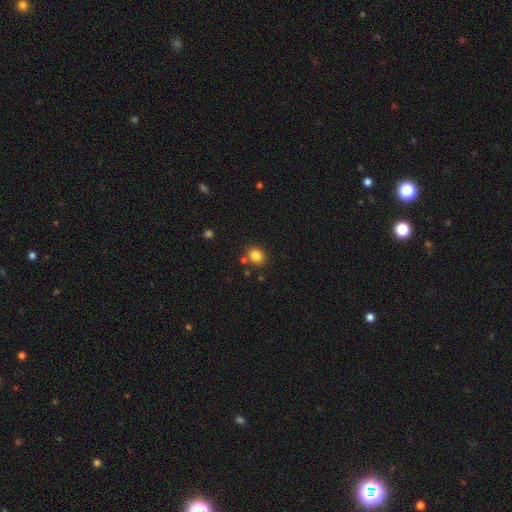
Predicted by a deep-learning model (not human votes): Smooth or featured?
  - smooth: 83% *
  - star or artifact: 11%
  - featured or disk: 6%
How rounded?
  - round: 58% *
  - in between: 41%
  - cigar-shaped: 1%
Merging?
  - none: 78% *
  - minor disturbance: 10%
  - merger: 8%
  - major disturbance: 3%